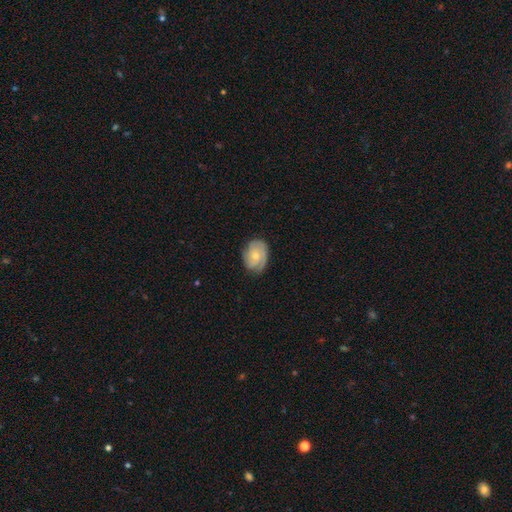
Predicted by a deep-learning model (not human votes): This appears to be a featured or disk galaxy (59%) with no bar (80%), tight (60%) spiral arms (88%) and a small central bulge (55%). Merging: none (69%).